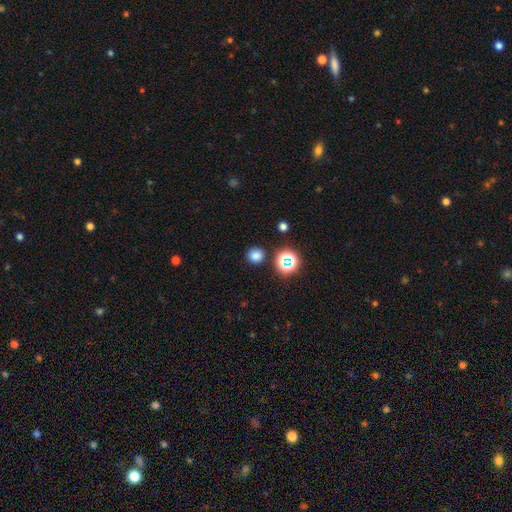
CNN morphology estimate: A smooth galaxy with no disk features (77%) that is round (92%).

Vote fractions:
- Smooth or featured? smooth: 77% / star or artifact: 19% / featured or disk: 5%
- How rounded? round: 92% / in between: 7% / cigar-shaped: 1%
- Merging? none: 89% / minor disturbance: 6% / merger: 3% / major disturbance: 2%